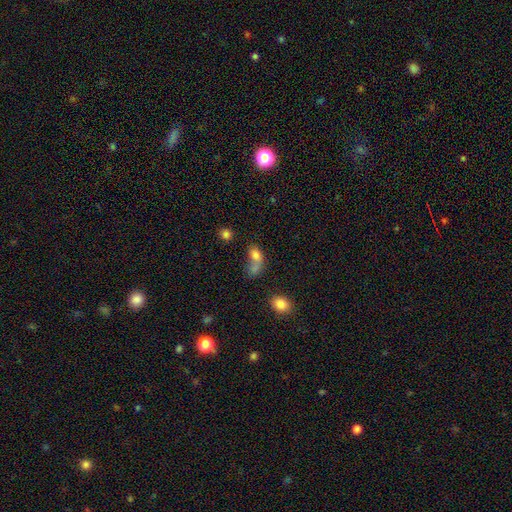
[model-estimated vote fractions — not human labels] smooth-or-featured: smooth: 73% | featured or disk: 14% | star or artifact: 13%
  how-rounded: in between: 65% | round: 32% | cigar-shaped: 3%
  merging: merger: 59% | none: 22% | major disturbance: 10% | minor disturbance: 9%